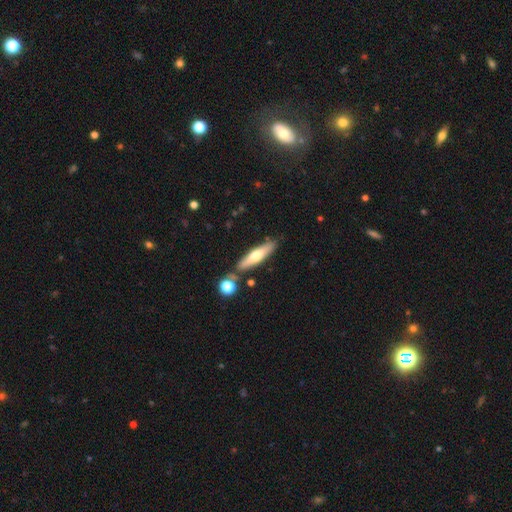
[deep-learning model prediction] Morphology: type=smooth (51%); roundness=cigar-shaped (79%); merging=none (78%).